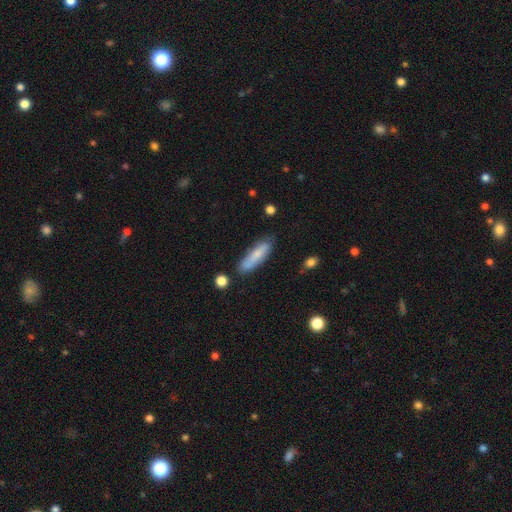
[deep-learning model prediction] A smooth galaxy with no disk features (71%) that is cigar-shaped (67%). Merging: none (75%).